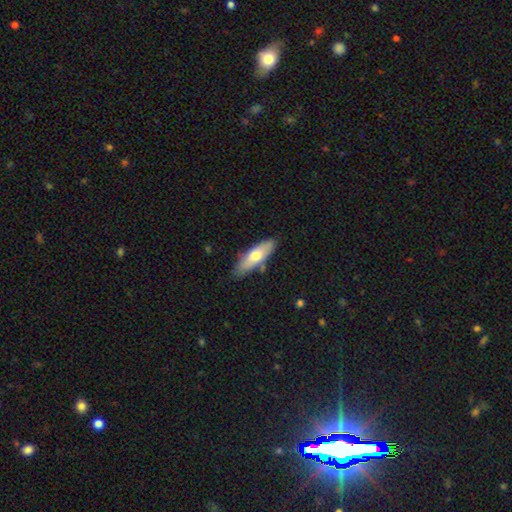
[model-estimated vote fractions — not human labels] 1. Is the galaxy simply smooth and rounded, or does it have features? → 63% smooth, 32% featured or disk, 6% star or artifact.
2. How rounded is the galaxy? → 52% in between, 46% cigar-shaped, 2% round.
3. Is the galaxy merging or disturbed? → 78% none, 15% minor disturbance, 4% merger, 3% major disturbance.